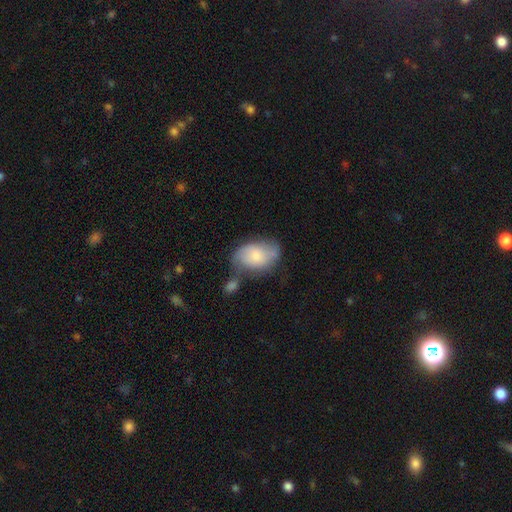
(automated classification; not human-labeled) smooth 66%, featured or disk 27%, star or artifact 7%. Down the decision tree: how rounded — in between (84%); merging — none (40%).